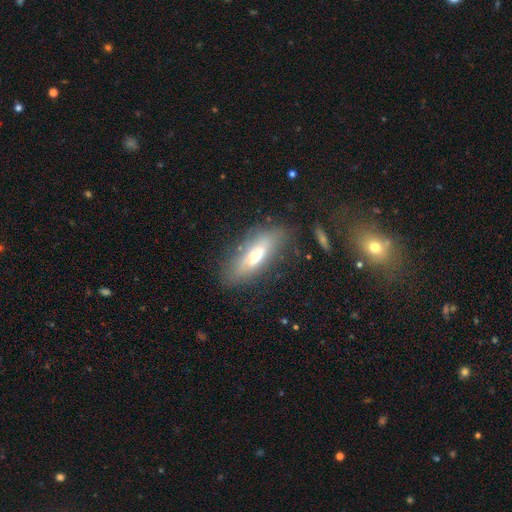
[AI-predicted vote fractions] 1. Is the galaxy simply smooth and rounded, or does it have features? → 53% smooth, 39% featured or disk, 8% star or artifact.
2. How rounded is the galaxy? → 52% in between, 46% cigar-shaped, 2% round.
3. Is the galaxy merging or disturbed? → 71% none, 18% minor disturbance, 7% major disturbance, 3% merger.